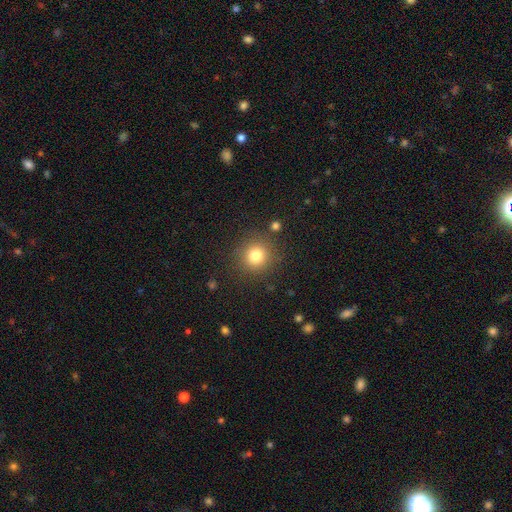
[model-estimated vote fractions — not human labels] Smooth or featured: smooth — 80% (star or artifact — 13%)
How rounded: round — 93% (in between — 6%)
Merging: none — 87% (minor disturbance — 7%)